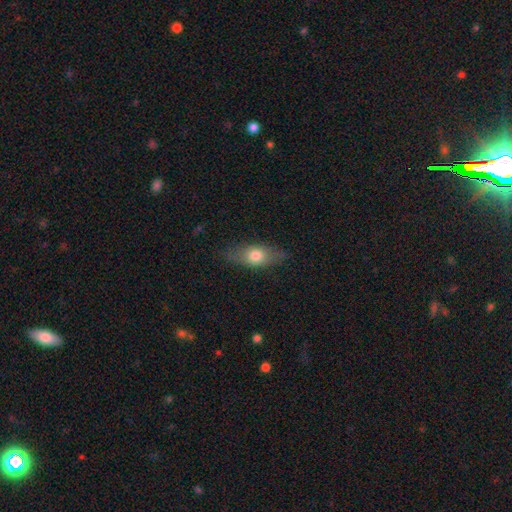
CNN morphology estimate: Smooth or featured? smooth (68%)
How rounded? in between (73%)
Merging? none (78%)